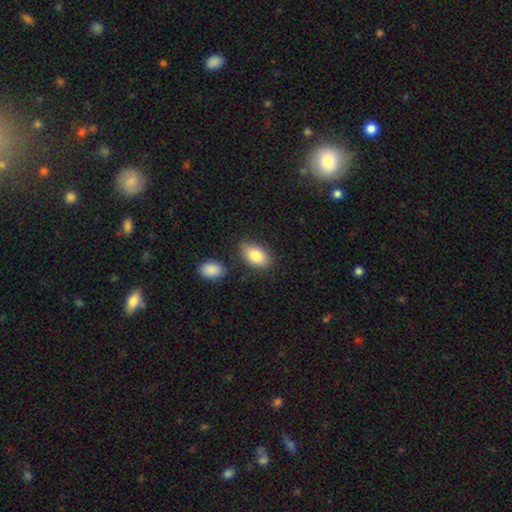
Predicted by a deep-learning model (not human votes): Smooth or featured? Predicted: smooth (p=0.85). How rounded? Predicted: in between (p=0.92). Merging? Predicted: none (p=0.72).